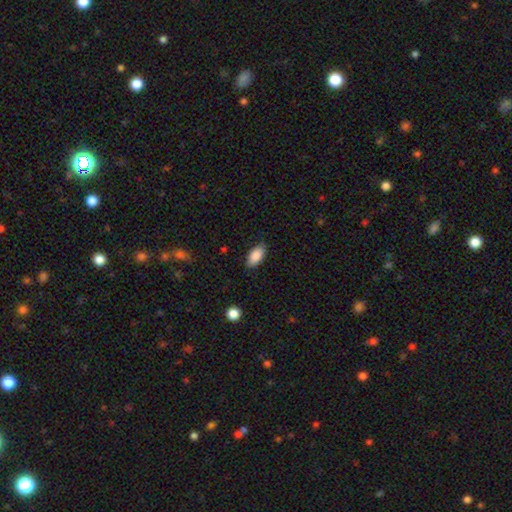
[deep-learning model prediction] Overall: smooth (88%). How rounded: in between (92%). Merging: none (83%).